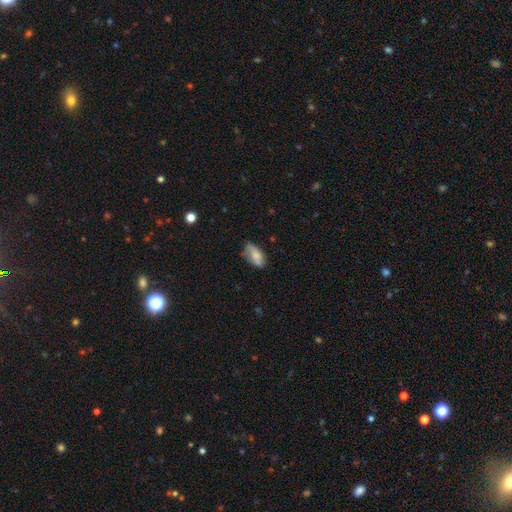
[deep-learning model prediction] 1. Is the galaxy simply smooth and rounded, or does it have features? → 65% smooth, 28% featured or disk, 7% star or artifact.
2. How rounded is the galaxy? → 90% in between, 6% cigar-shaped, 3% round.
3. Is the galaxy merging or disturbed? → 61% none, 29% minor disturbance, 7% major disturbance, 2% merger.